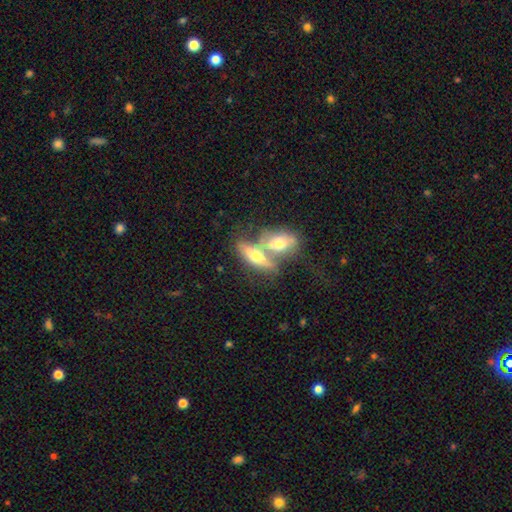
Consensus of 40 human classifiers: smooth 55%, featured or disk 38%, star or artifact 8%. Down the decision tree: how rounded — cigar-shaped (50%); merging — merger (89%).